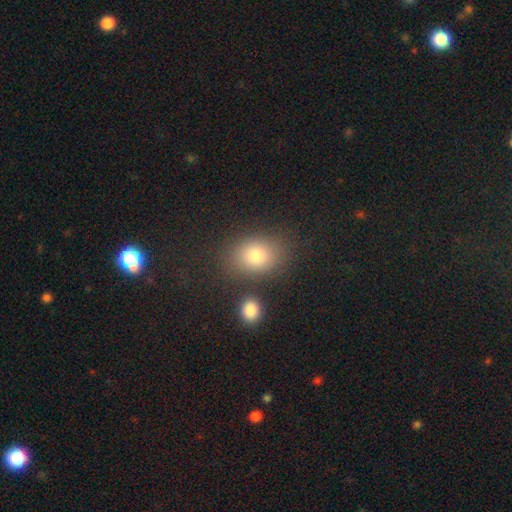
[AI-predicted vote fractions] Morphology: type=smooth (78%); roundness=in between (61%); merging=none (76%).